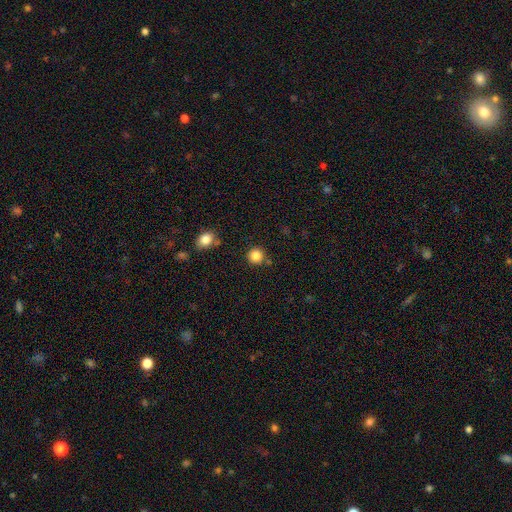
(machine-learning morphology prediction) Smooth or featured: smooth — 86% (star or artifact — 11%)
How rounded: round — 94% (in between — 5%)
Merging: none — 84% (minor disturbance — 8%)